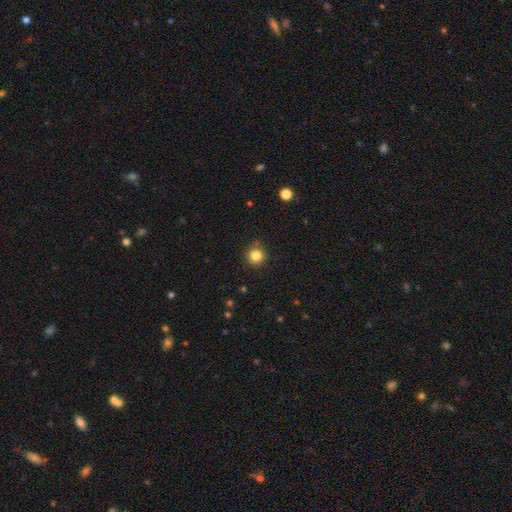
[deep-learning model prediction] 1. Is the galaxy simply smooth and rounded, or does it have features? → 84% smooth, 12% star or artifact, 5% featured or disk.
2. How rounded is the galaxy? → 94% round, 5% in between, 1% cigar-shaped.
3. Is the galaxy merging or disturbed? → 90% none, 7% minor disturbance, 2% major disturbance, 1% merger.